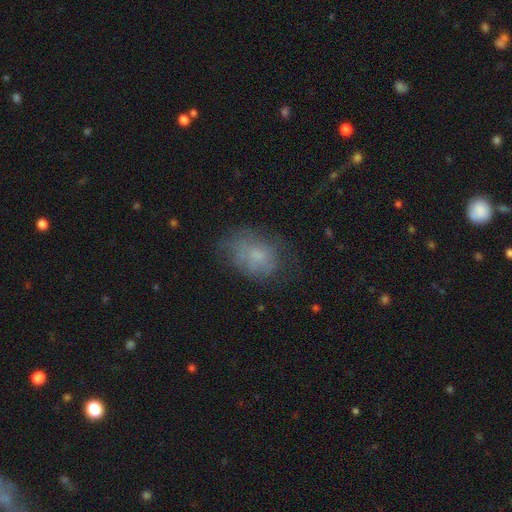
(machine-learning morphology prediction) This is possibly a smooth galaxy (60%). How rounded: likely in between (74%). Merging: possibly none (54%).